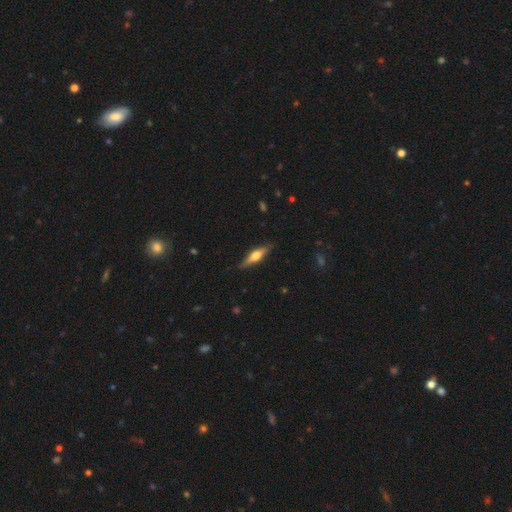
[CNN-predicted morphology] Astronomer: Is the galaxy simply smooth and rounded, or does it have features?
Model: featured or disk — 60%.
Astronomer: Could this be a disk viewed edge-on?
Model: yes — 95%.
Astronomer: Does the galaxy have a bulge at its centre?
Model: rounded — 88%.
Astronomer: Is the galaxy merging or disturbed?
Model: none — 87%.